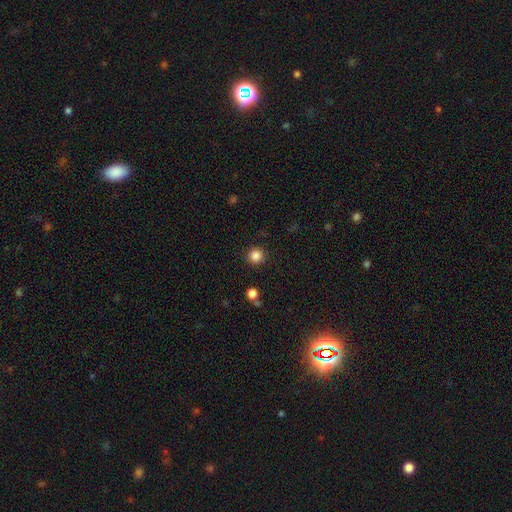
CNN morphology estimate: Q: Smooth or featured?
A: smooth (84%); runner-up: star or artifact (12%)
Q: How rounded?
A: round (95%); runner-up: in between (4%)
Q: Merging?
A: none (92%); runner-up: minor disturbance (5%)